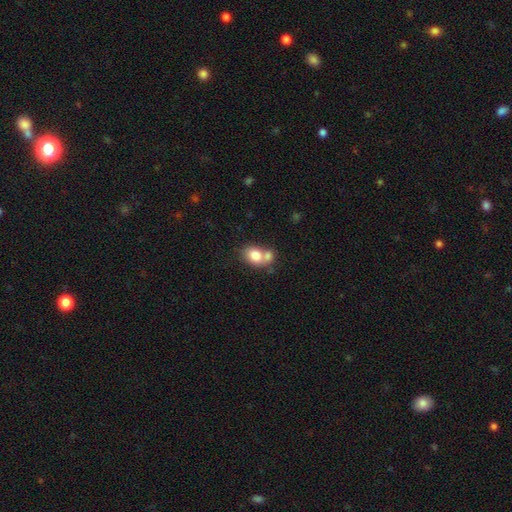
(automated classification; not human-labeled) Smooth or featured? smooth (78%)
How rounded? in between (59%)
Merging? merger (53%)